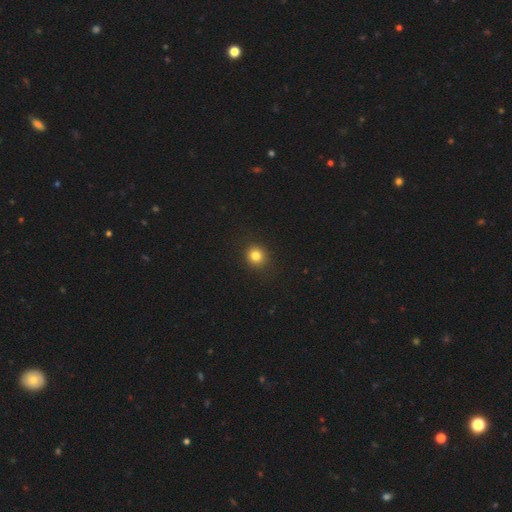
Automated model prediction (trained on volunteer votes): Smooth or featured? smooth (81%)
How rounded? round (87%)
Merging? none (90%)